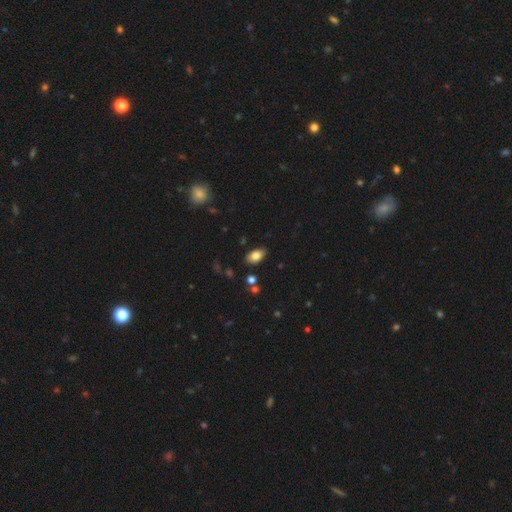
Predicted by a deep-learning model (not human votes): smooth-or-featured: smooth: 82% | featured or disk: 9% | star or artifact: 9%
  how-rounded: in between: 90% | round: 8% | cigar-shaped: 2%
  merging: none: 84% | minor disturbance: 11% | merger: 3% | major disturbance: 2%